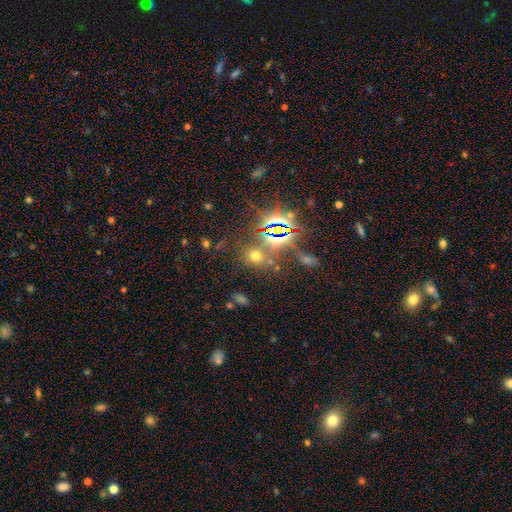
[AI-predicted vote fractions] Morphology: type=smooth (46%); merging=none (70%).